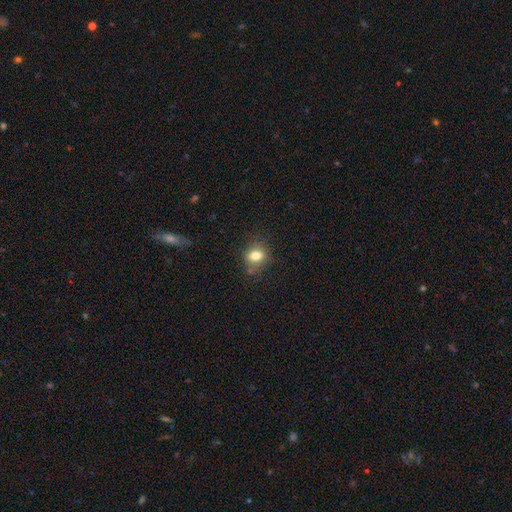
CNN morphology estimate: Overall: smooth (76%). How rounded: in between (59%; round 38%). Merging: none (74%).